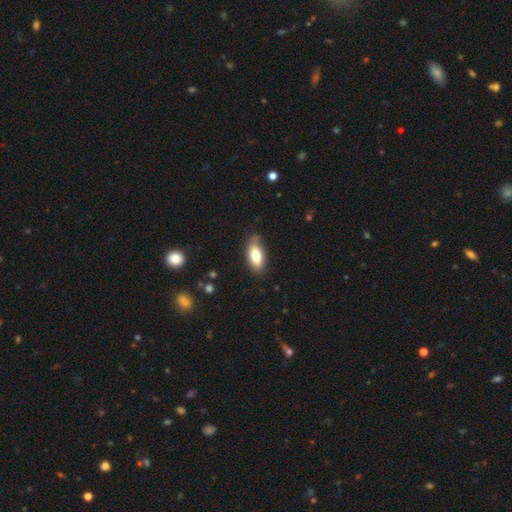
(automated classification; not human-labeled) This is likely a smooth galaxy (78%). How rounded: clearly in between (88%). Merging: likely none (74%).